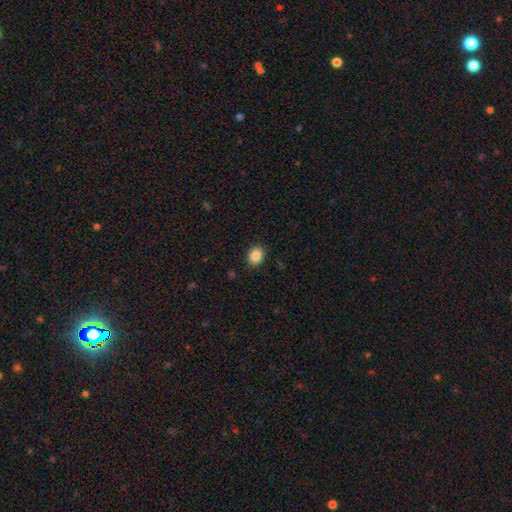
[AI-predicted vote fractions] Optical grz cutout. It shows a smooth galaxy with no disk features (87%) that is in between round and cigar-shaped (50%). Merging: none (89%).